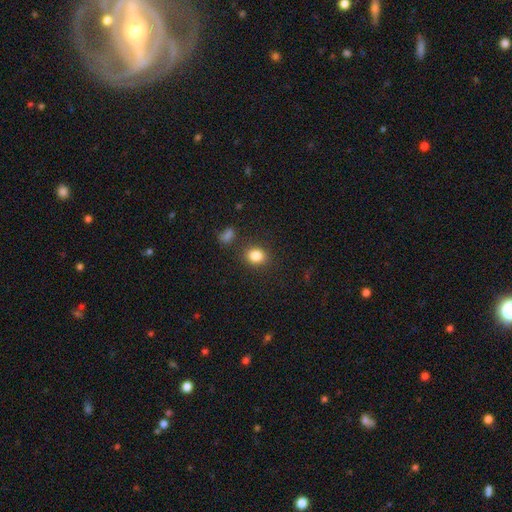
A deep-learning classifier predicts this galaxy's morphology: type=smooth (84%); roundness=round (57%); merging=none (84%).